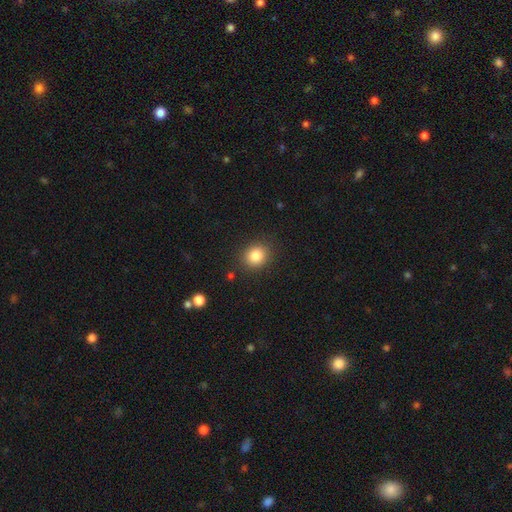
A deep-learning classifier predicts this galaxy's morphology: smooth-or-featured: smooth: 84% | star or artifact: 10% | featured or disk: 6%
  how-rounded: round: 72% | in between: 27% | cigar-shaped: 1%
  merging: none: 87% | minor disturbance: 9% | major disturbance: 3% | merger: 2%